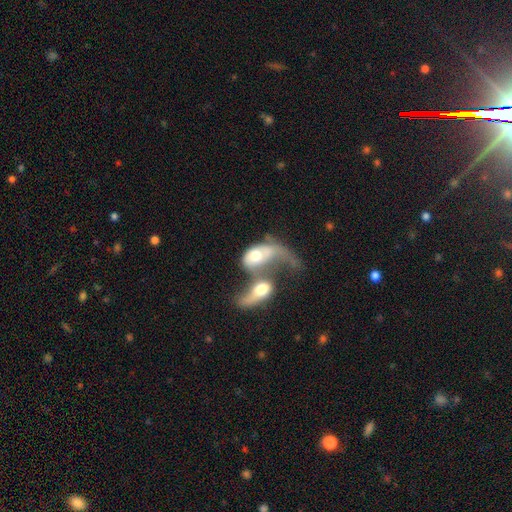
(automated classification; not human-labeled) Smooth or featured: featured or disk — 46% (tied with smooth — 46%)
Merging: merger — 78% (major disturbance — 14%)